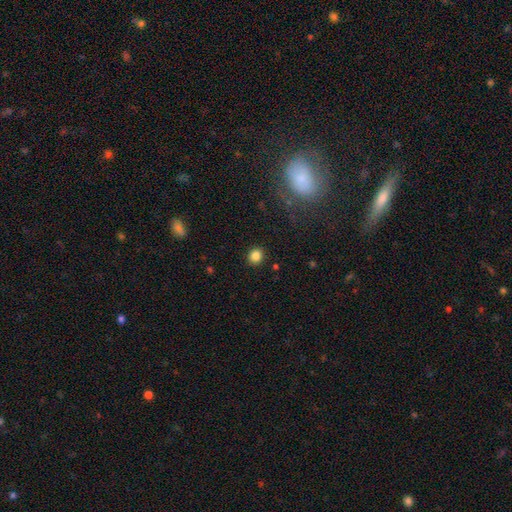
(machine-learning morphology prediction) Smooth or featured: smooth — 84% (star or artifact — 11%)
How rounded: round — 79% (in between — 20%)
Merging: none — 90% (minor disturbance — 6%)